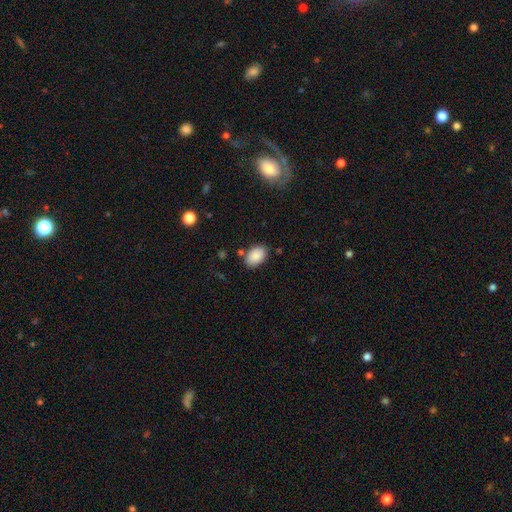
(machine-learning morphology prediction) Smooth or featured: smooth — 89% (star or artifact — 7%)
How rounded: in between — 89% (round — 10%)
Merging: none — 80% (minor disturbance — 12%)